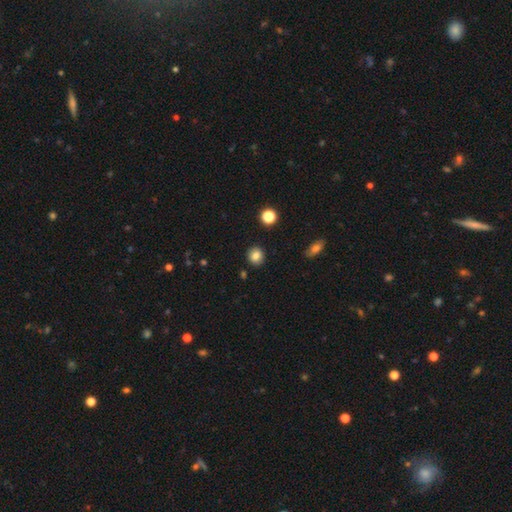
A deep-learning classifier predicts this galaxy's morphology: A smooth galaxy with no disk features (83%) that is round (85%).

Vote fractions:
- Smooth or featured? smooth: 83% / star or artifact: 10% / featured or disk: 6%
- How rounded? round: 85% / in between: 14% / cigar-shaped: 1%
- Merging? none: 90% / minor disturbance: 6% / major disturbance: 2% / merger: 2%